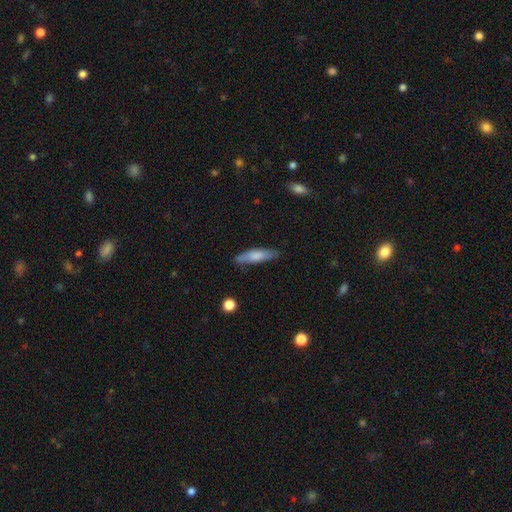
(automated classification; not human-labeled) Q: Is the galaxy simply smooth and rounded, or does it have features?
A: smooth — 75%.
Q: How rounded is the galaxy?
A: cigar-shaped — 72%.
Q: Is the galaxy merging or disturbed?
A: none — 80%.